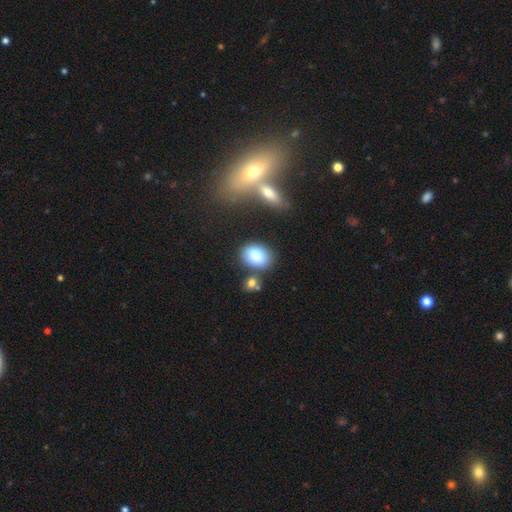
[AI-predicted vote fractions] smooth 80%, featured or disk 11%, star or artifact 9%. Down the decision tree: how rounded — in between (68%); merging — none (76%).